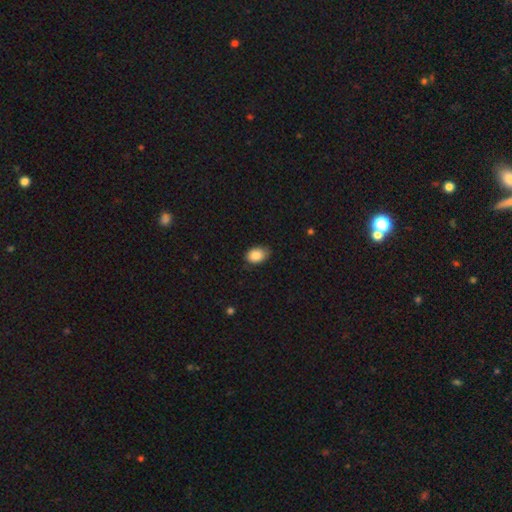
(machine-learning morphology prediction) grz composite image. It shows a smooth galaxy with no disk features (84%) that is in between round and cigar-shaped (80%). Merging: none (75%).